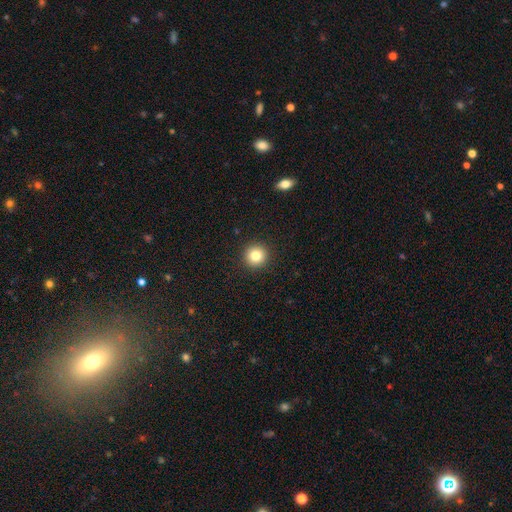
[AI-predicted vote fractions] This is clearly a smooth galaxy (82%). How rounded: clearly round (95%). Merging: clearly none (93%).